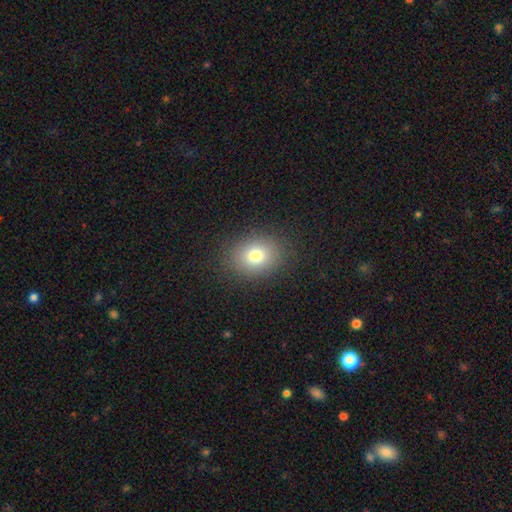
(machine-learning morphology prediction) Smooth or featured? smooth (77%)
How rounded? in between (53%)
Merging? none (87%)